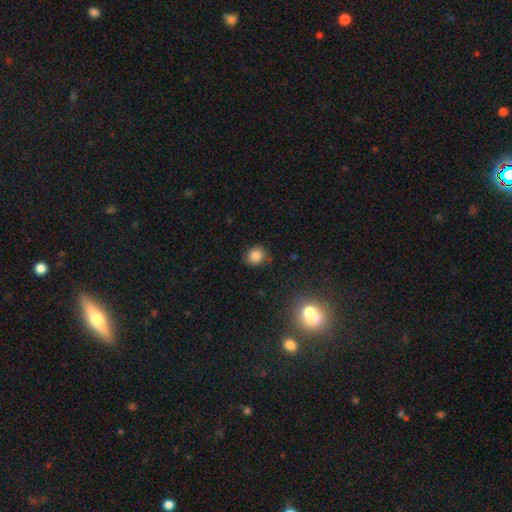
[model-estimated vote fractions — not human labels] The model was most divided on "how rounded": round: 78%, in between: 21%, cigar-shaped: 1%. More confident: smooth or featured — smooth (83%); merging — none (83%).